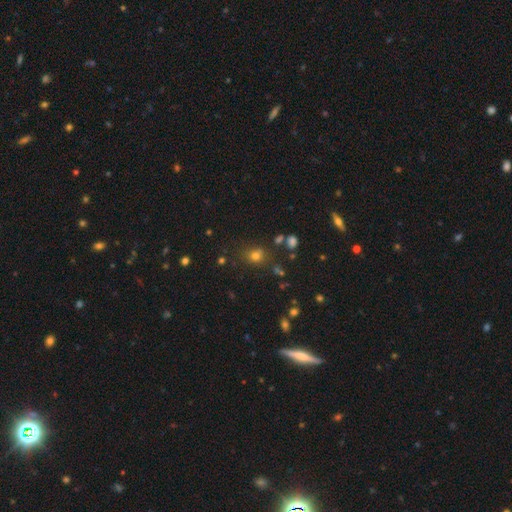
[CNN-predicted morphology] Smooth or featured? Predicted: smooth (p=0.69). How rounded? Predicted: round (p=0.72). Merging? Predicted: none (p=0.75).